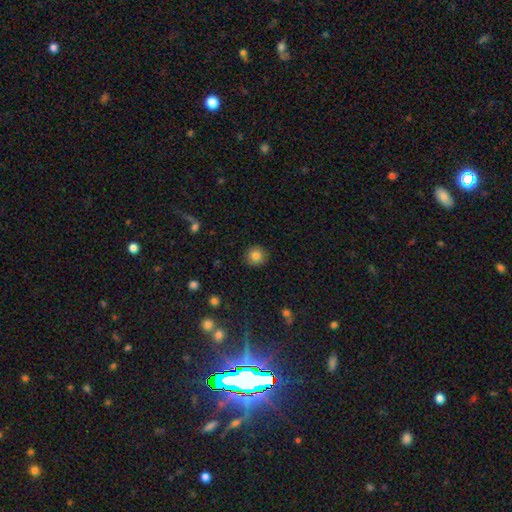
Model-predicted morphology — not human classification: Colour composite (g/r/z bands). It shows a smooth galaxy with no disk features (83%) that is round (92%). Merging: none (91%).